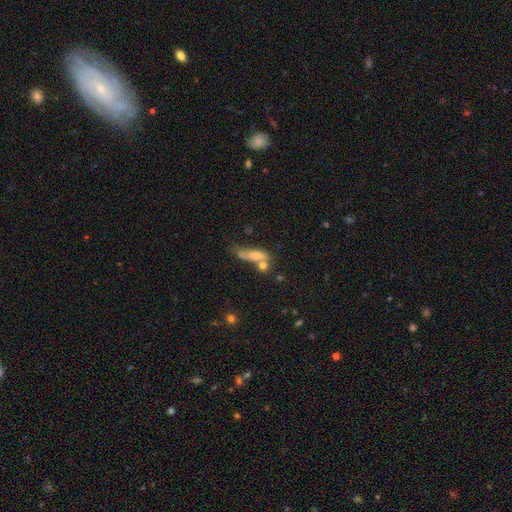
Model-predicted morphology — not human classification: Smooth or featured? smooth (61%)
How rounded? in between (49%)
Merging? merger (34%)